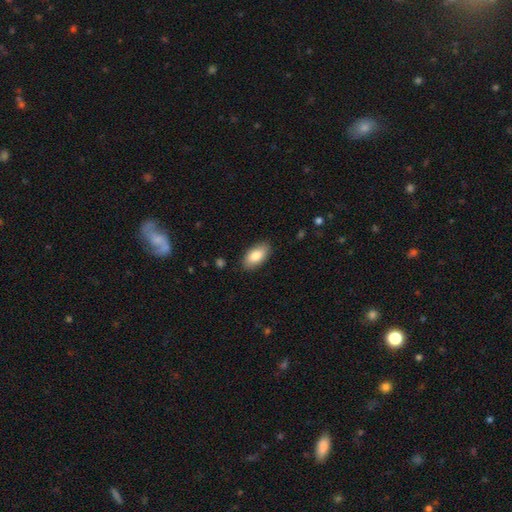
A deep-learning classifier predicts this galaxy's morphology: smooth 84%, featured or disk 10%, star or artifact 6%. Down the decision tree: how rounded — in between (93%); merging — none (87%).